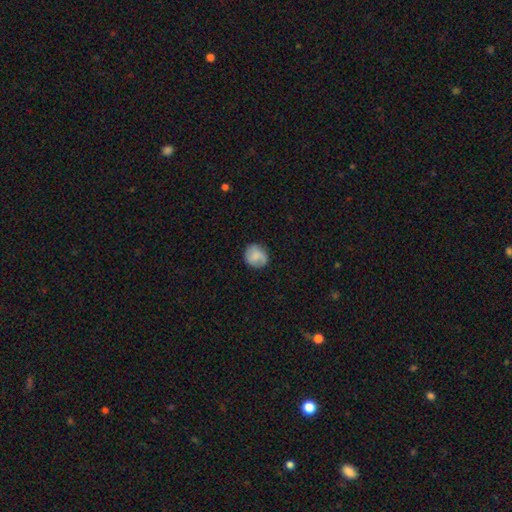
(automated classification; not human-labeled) A smooth galaxy with no disk features (73%) that is round (84%). Merging: none (79%).